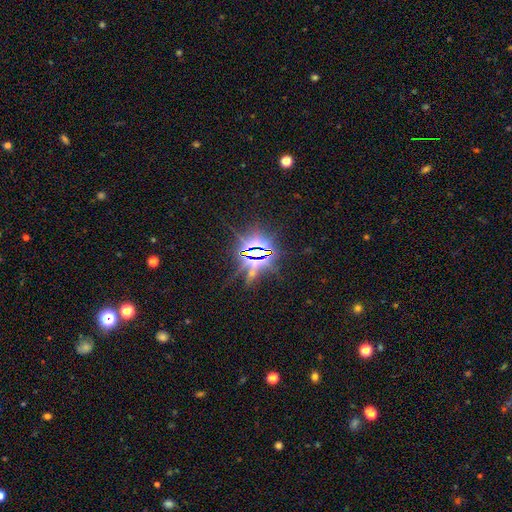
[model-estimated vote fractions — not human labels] This appears to be a star or artifact, not a galaxy (81%).